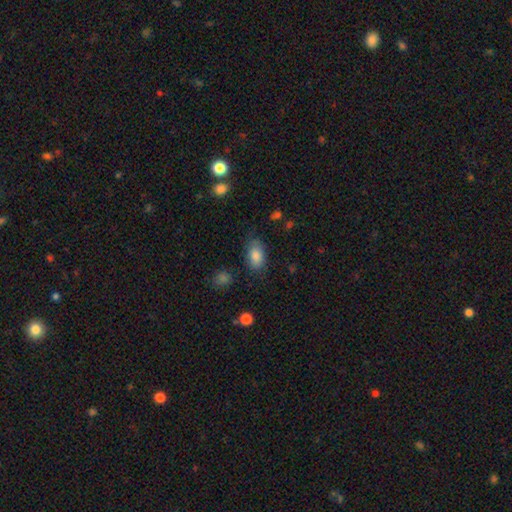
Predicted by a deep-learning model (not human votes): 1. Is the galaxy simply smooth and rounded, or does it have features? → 85% smooth, 8% star or artifact, 7% featured or disk.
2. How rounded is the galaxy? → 90% in between, 8% round, 2% cigar-shaped.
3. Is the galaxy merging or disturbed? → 75% none, 18% minor disturbance, 5% major disturbance, 2% merger.